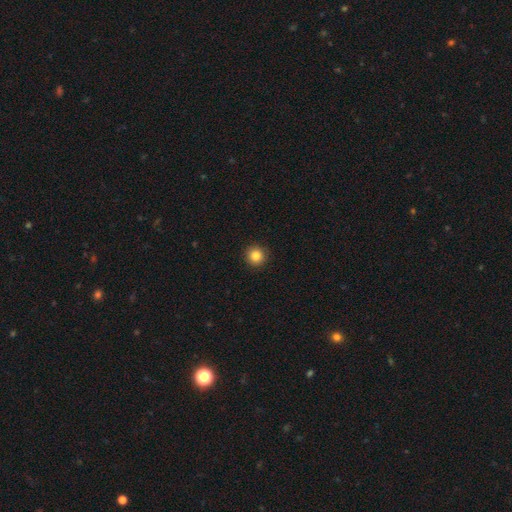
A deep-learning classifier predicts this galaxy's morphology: A smooth galaxy with no disk features (85%) that is round (95%).

Vote fractions:
- Smooth or featured? smooth: 85% / star or artifact: 11% / featured or disk: 4%
- How rounded? round: 95% / in between: 4% / cigar-shaped: 1%
- Merging? none: 93% / minor disturbance: 5% / major disturbance: 2% / merger: 1%